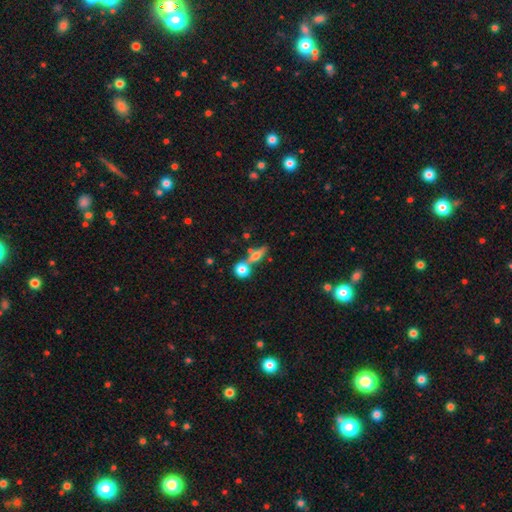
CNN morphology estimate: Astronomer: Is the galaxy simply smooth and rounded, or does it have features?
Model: smooth — 51% (runner-up: featured or disk, 39%).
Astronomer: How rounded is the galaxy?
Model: cigar-shaped — 46% (runner-up: in between, 32%).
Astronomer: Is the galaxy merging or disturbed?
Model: none — 52% (runner-up: merger, 33%).